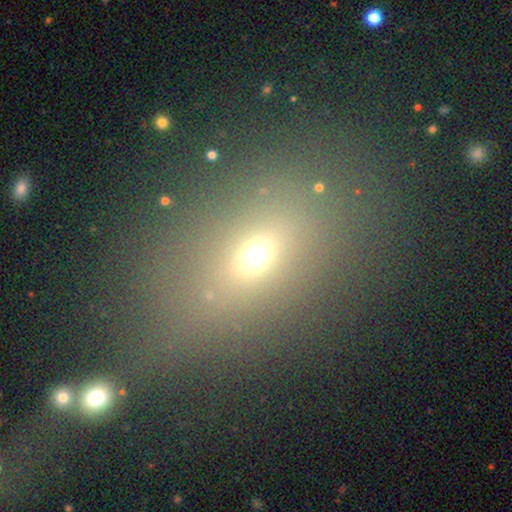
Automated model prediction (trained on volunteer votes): Smooth or featured? smooth (60%)
How rounded? in between (72%)
Merging? none (66%)